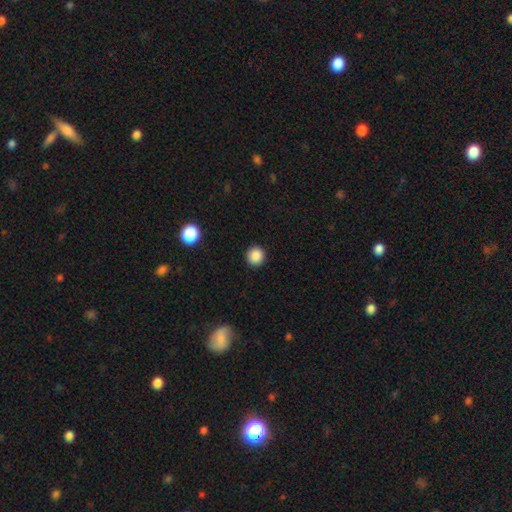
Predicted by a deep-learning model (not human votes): Morphology: type=smooth (88%); roundness=round (94%); merging=none (93%).